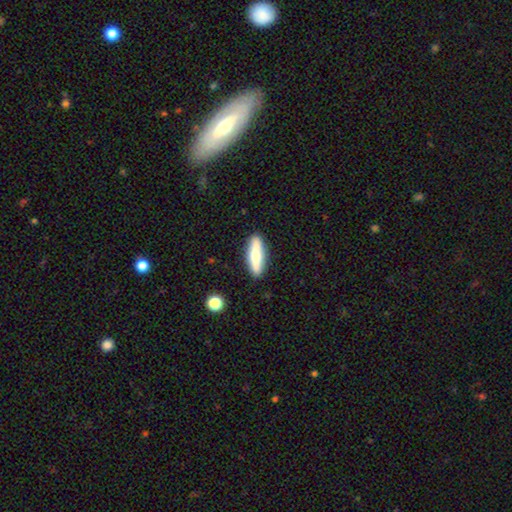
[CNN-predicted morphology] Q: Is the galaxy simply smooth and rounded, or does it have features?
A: smooth — 60%.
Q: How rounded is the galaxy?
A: cigar-shaped — 68%.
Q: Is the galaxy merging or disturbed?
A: none — 89%.